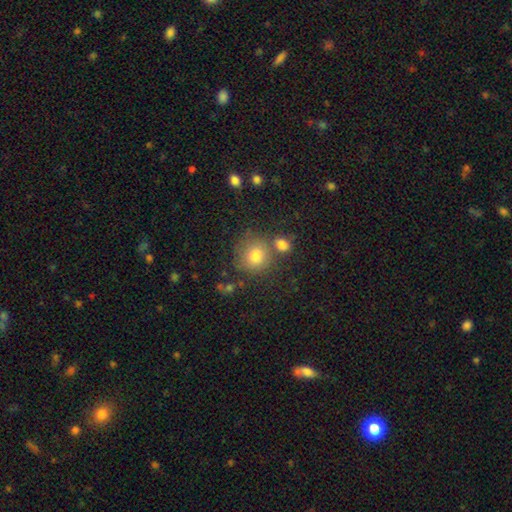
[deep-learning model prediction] Smooth or featured? Predicted: smooth (p=0.79). How rounded? Predicted: round (p=0.86). Merging? Predicted: none (p=0.63).